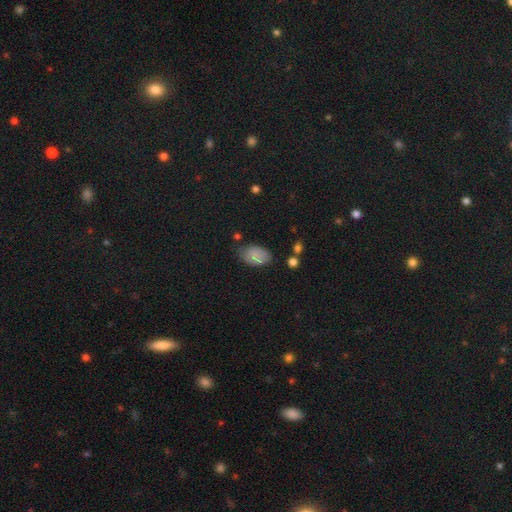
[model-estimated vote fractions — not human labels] Smooth or featured?
  - smooth: 81% *
  - featured or disk: 11%
  - star or artifact: 9%
How rounded?
  - in between: 92% *
  - round: 7%
  - cigar-shaped: 1%
Merging?
  - none: 66% *
  - minor disturbance: 23%
  - major disturbance: 6%
  - merger: 4%